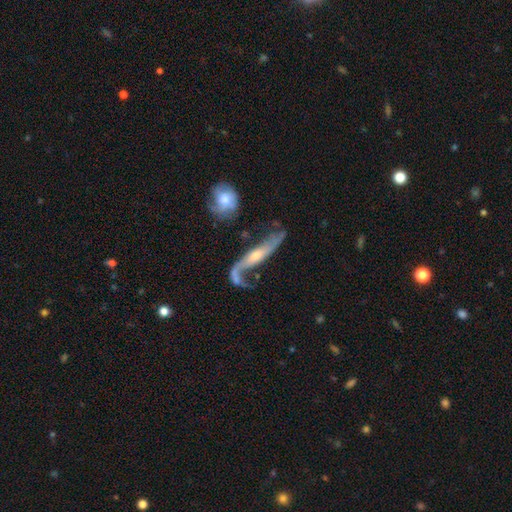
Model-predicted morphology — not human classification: smooth-or-featured: featured or disk: 79% | smooth: 15% | star or artifact: 6%
  disk-edge-on: no: 65% | yes: 35%
    bar: no: 53% | weak: 30% | strong: 17%
    has-spiral-arms: yes: 87% | no: 13%
    bulge-size: moderate: 50% | small: 39% | large: 5% | none: 4% | dominant: 2%
  merging: none: 37% | major disturbance: 27% | minor disturbance: 20% | merger: 16%